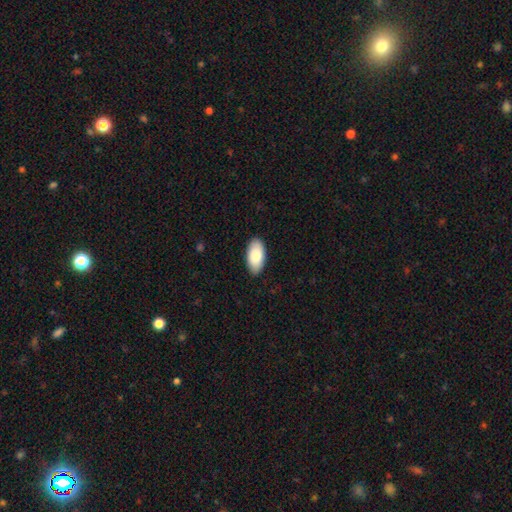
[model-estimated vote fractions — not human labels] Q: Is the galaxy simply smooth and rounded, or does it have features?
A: smooth — 86%.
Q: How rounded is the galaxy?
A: in between — 95%.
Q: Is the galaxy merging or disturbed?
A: none — 89%.